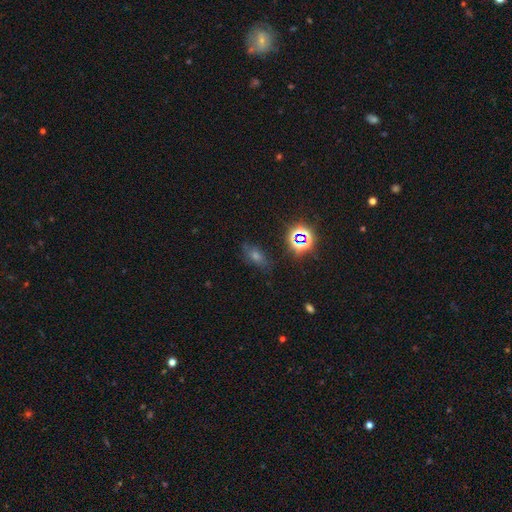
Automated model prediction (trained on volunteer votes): smooth-or-featured: star or artifact: 41% (tied) | smooth: 41% (tied) | featured or disk: 18%